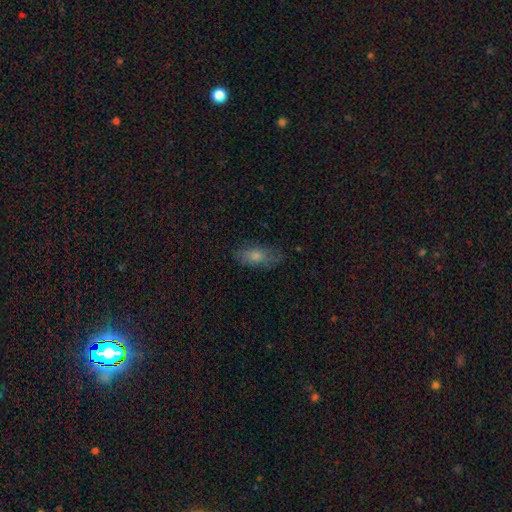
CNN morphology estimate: type=smooth (64%); roundness=in between (80%); merging=none (76%).